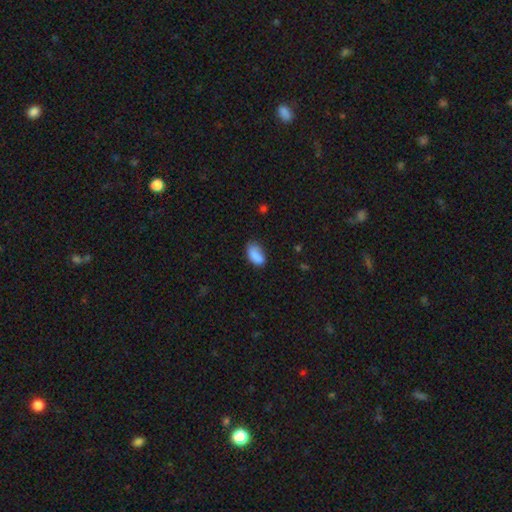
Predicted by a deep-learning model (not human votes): This appears to be a smooth galaxy with no disk features (85%) that is in between round and cigar-shaped (92%). Merging: none (59%).